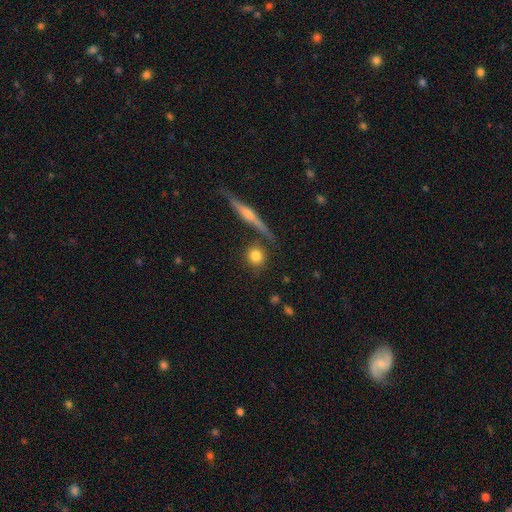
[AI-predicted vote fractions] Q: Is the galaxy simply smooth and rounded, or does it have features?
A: smooth — 77%.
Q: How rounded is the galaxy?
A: round — 86%.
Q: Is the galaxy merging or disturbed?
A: none — 79%.